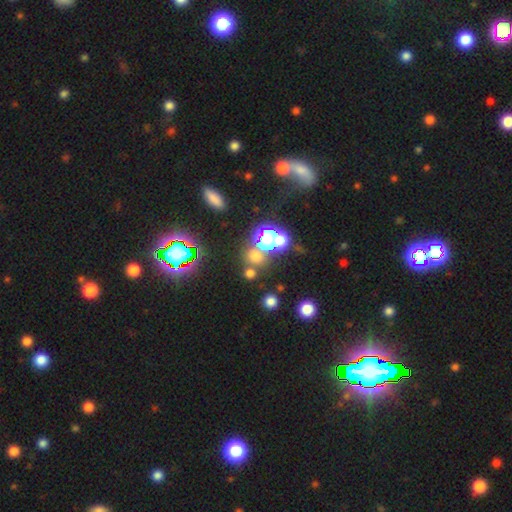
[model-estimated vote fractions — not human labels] A smooth galaxy with no disk features (46%, tied with star or artifact). Merging: none (67%).